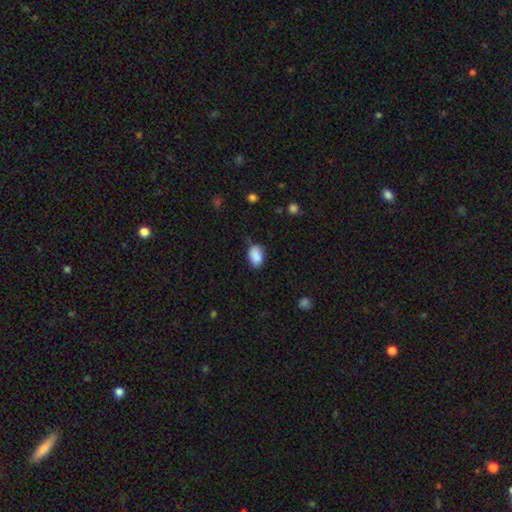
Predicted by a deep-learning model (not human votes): smooth_or_featured: smooth (p=0.88) [alt: star or artifact p=0.08]
how_rounded: in between (p=0.86) [alt: round p=0.13]
merging: none (p=0.69) [alt: minor disturbance p=0.25]